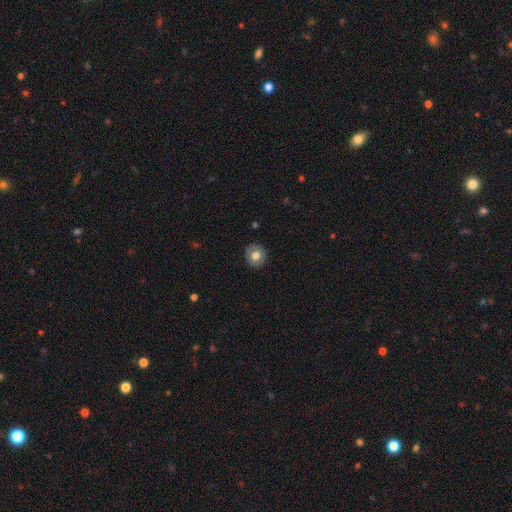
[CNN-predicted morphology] Smooth or featured? Predicted: smooth (p=0.68). How rounded? Predicted: round (p=0.84). Merging? Predicted: none (p=0.88).